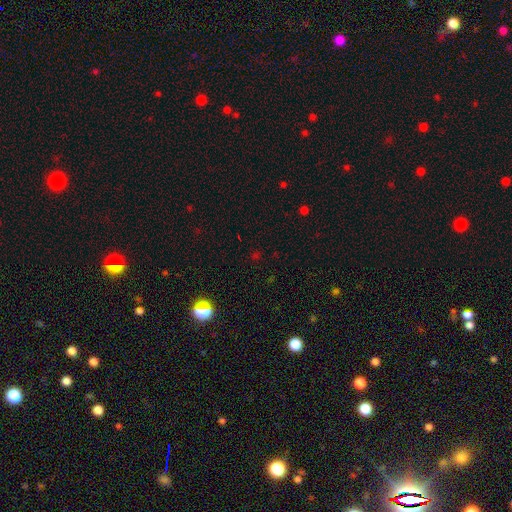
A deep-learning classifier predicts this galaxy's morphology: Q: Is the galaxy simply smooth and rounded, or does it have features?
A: star or artifact — 62%.